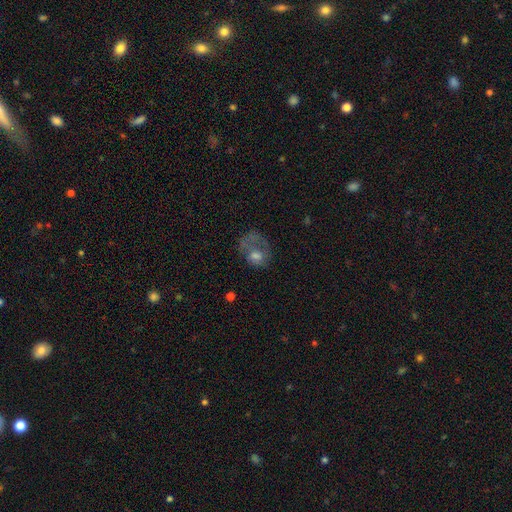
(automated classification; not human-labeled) Q: Smooth or featured?
A: smooth (53%); runner-up: featured or disk (36%)
Q: How rounded?
A: in between (54%); runner-up: round (45%)
Q: Merging?
A: major disturbance (50%); runner-up: none (26%)